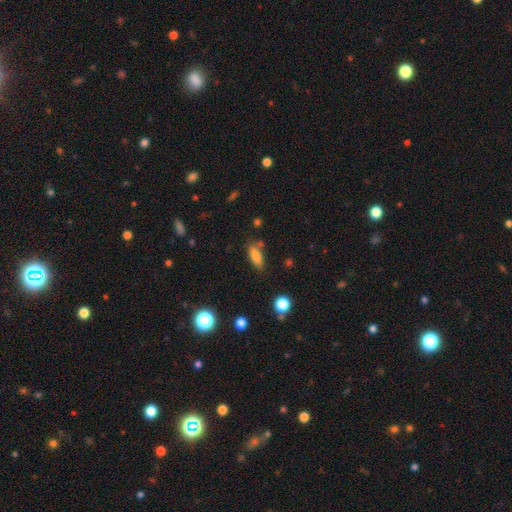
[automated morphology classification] A smooth galaxy with no disk features (79%) that is in between round and cigar-shaped (67%).

Vote fractions:
- Smooth or featured? smooth: 79% / featured or disk: 12% / star or artifact: 10%
- How rounded? in between: 67% / cigar-shaped: 30% / round: 3%
- Merging? none: 69% / minor disturbance: 18% / merger: 8% / major disturbance: 5%